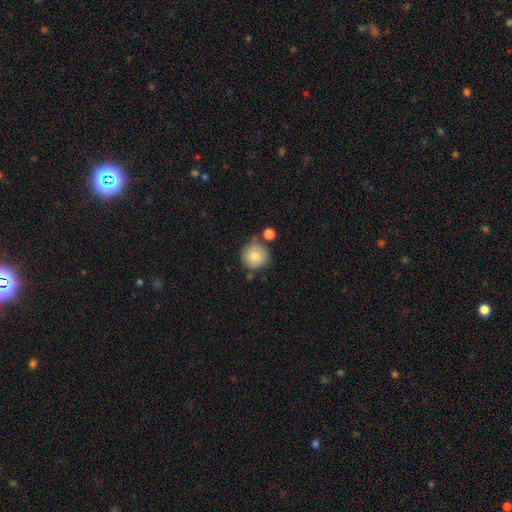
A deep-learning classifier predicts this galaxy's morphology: type=smooth (79%); roundness=round (93%); merging=none (68%).